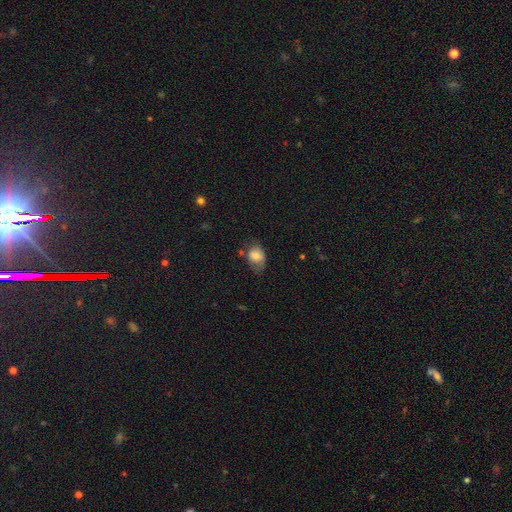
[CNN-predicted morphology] Smooth or featured?
  - smooth: 73% *
  - featured or disk: 19%
  - star or artifact: 9%
How rounded?
  - in between: 71% *
  - round: 28%
  - cigar-shaped: 1%
Merging?
  - none: 52% *
  - minor disturbance: 31%
  - major disturbance: 12%
  - merger: 5%